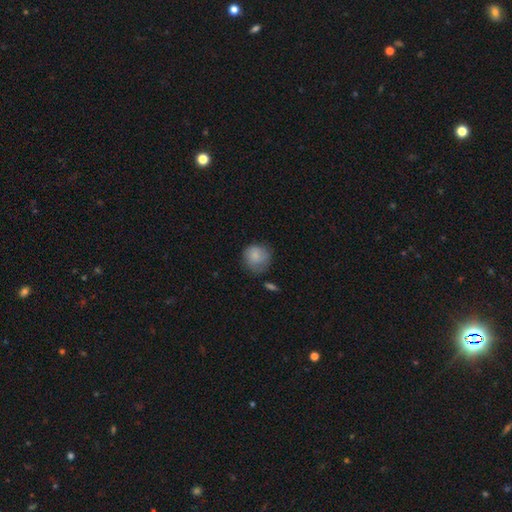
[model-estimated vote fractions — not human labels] Q: Smooth or featured?
A: smooth (81%); runner-up: featured or disk (12%)
Q: How rounded?
A: round (85%); runner-up: in between (14%)
Q: Merging?
A: none (61%); runner-up: minor disturbance (27%)